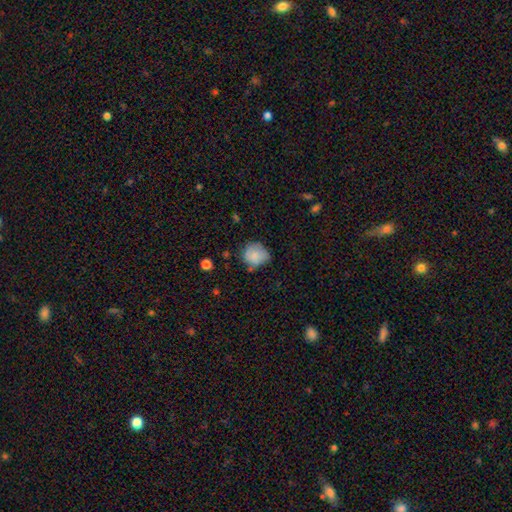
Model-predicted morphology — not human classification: Overall: smooth (79%). How rounded: round (75%). Merging: none (52%; minor disturbance 33%).